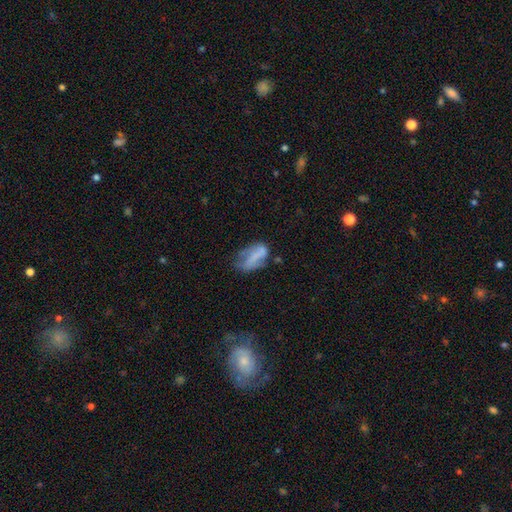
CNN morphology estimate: This is possibly a smooth galaxy (53%). How rounded: clearly in between (85%). Merging: marginally none (36%).